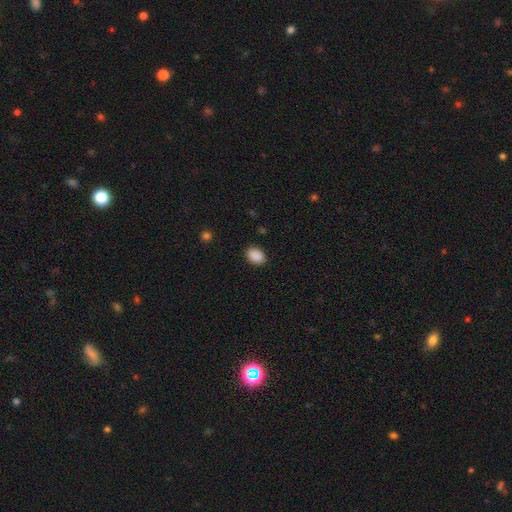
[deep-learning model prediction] This appears to be a smooth galaxy with no disk features (89%) that is in between round and cigar-shaped (72%). Merging: none (87%).